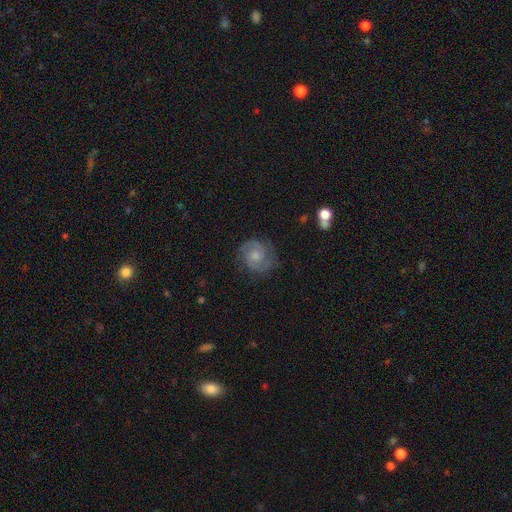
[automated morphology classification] The model was most divided on "spiral winding": medium: 46%, tight: 40%, loose: 14%. Remaining: edge-on disk — no (98%); spiral arms — yes (92%); spiral arm count — 2 (81%); merging — none (72%); smooth or featured — featured or disk (68%); bar — no (68%); bulge size — moderate (49%).